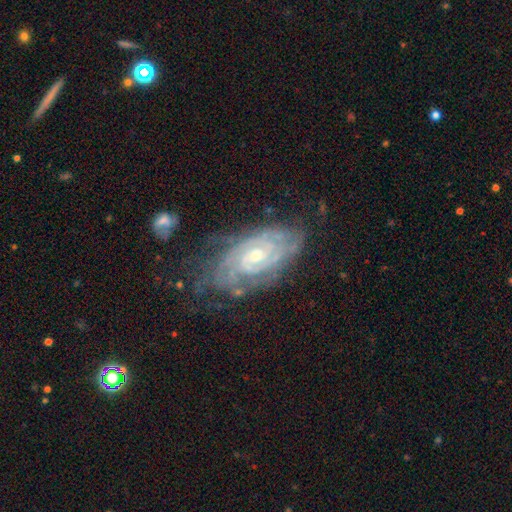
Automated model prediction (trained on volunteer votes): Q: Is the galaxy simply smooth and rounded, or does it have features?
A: featured or disk — 87%.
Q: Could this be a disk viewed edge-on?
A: no — 95%.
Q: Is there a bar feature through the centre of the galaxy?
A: no — 58%.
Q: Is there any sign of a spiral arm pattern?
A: yes — 96%.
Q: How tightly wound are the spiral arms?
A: tight — 78%.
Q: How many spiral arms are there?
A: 2 — 35%.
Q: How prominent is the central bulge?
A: moderate — 49%.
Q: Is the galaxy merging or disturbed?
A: none — 64%.